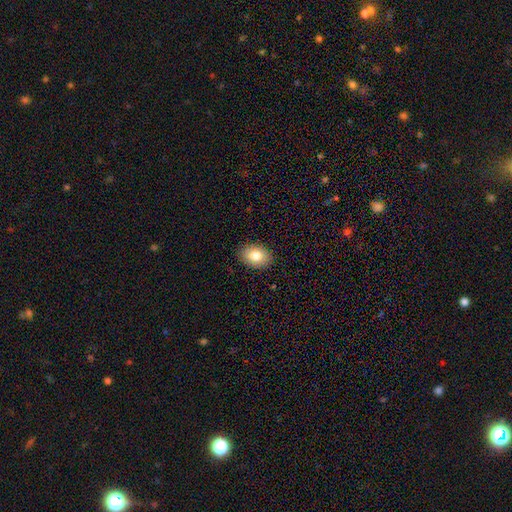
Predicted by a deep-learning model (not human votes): Smooth or featured? smooth (80%)
How rounded? in between (77%)
Merging? none (89%)